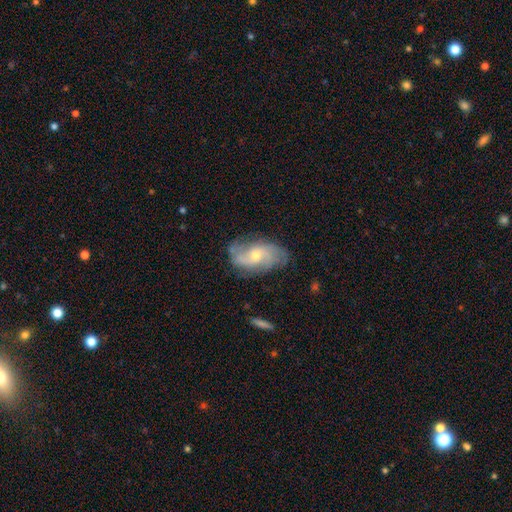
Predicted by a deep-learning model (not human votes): Smooth or featured? Predicted: featured or disk (p=0.76). Edge-on disk? Predicted: no (p=0.95). Bar? Predicted: no (p=0.64). Spiral arms? Predicted: yes (p=0.91). Spiral winding? Predicted: medium (p=0.40). Spiral arm count? Predicted: 2 (p=0.54). Bulge size? Predicted: small (p=0.54). Merging? Predicted: none (p=0.68).